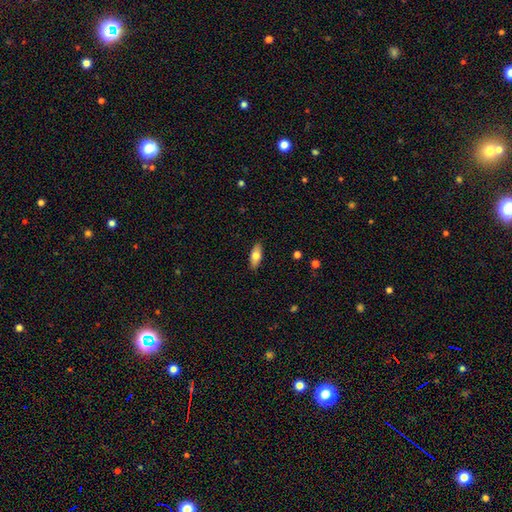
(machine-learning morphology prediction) Smooth or featured? Predicted: smooth (p=0.71). How rounded? Predicted: in between (p=0.79). Merging? Predicted: none (p=0.88).